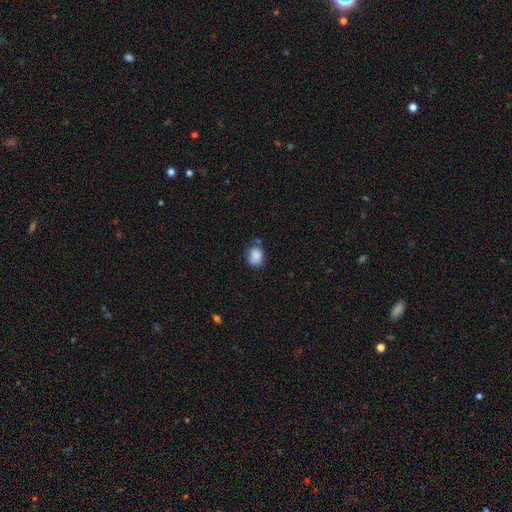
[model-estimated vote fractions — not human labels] A smooth galaxy with no disk features (86%) that is round (55%). Merging: none (63%).